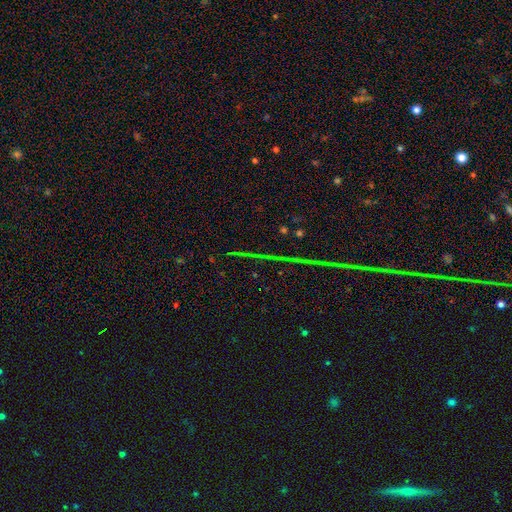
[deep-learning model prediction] smooth_or_featured: star or artifact (p=0.85) [alt: featured or disk p=0.08]